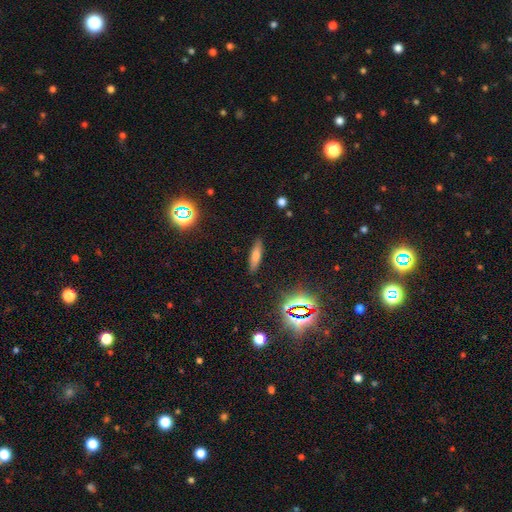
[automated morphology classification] The model was most divided on "how rounded": cigar-shaped: 63%, in between: 33%, round: 4%. More confident: merging — none (88%); smooth or featured — smooth (62%).